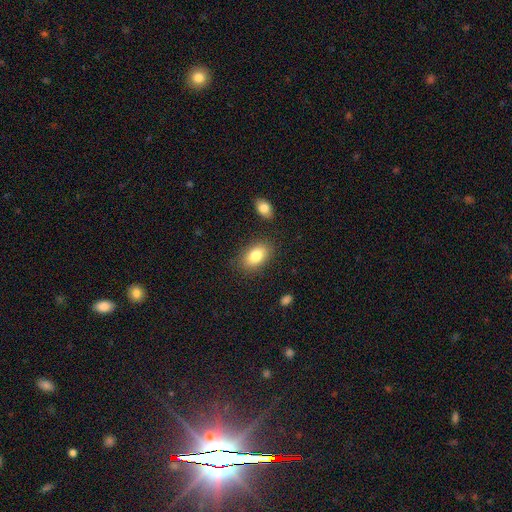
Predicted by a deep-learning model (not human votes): The model was most divided on "smooth or featured": smooth: 82%, featured or disk: 10%, star or artifact: 8%. More confident: how rounded — in between (89%); merging — none (83%).